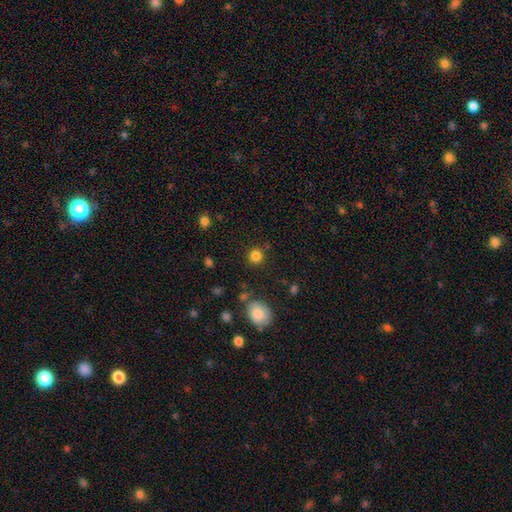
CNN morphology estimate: A smooth galaxy with no disk features (83%) that is round (89%). Merging: none (84%).